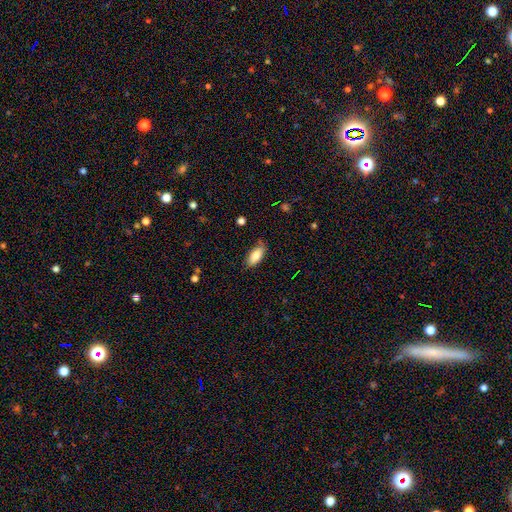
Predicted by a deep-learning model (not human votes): This appears to be a smooth galaxy with no disk features (82%) that is in between round and cigar-shaped (85%). Merging: none (76%).